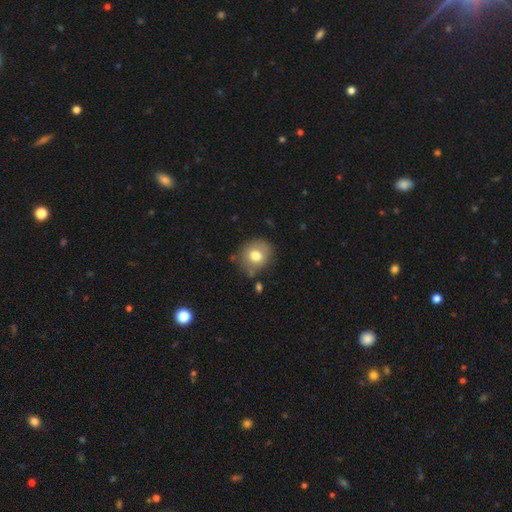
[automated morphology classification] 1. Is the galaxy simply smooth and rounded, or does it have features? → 74% smooth, 17% featured or disk, 9% star or artifact.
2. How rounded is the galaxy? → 78% round, 21% in between, 1% cigar-shaped.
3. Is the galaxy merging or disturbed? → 76% none, 16% minor disturbance, 4% major disturbance, 4% merger.